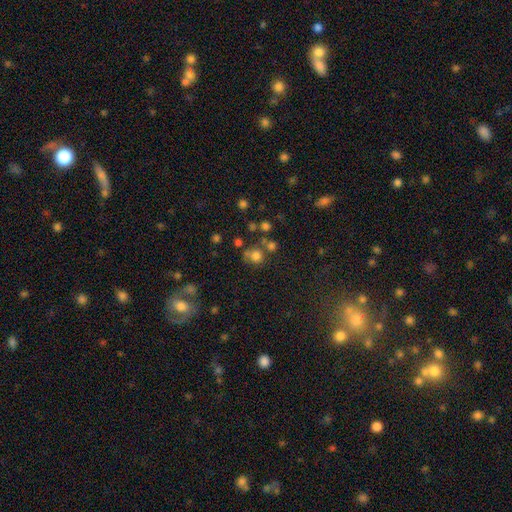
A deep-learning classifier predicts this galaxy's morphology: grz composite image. It shows a smooth galaxy with no disk features (74%) that is round (82%). Merging: none (56%).